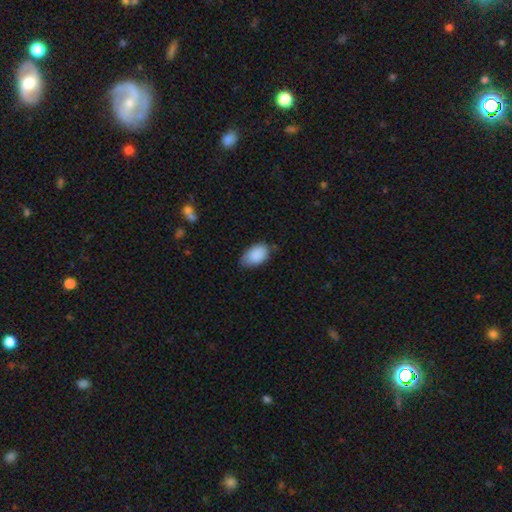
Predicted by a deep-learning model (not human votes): This is clearly a smooth galaxy (89%). How rounded: clearly in between (93%). Merging: likely none (64%).